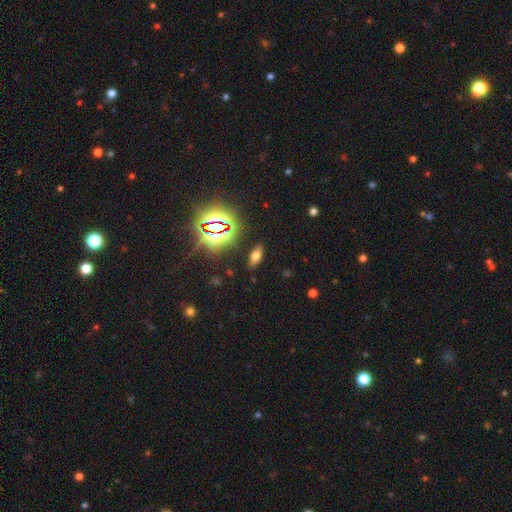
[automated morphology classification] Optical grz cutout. It shows a smooth galaxy with no disk features (51%) that is in between round and cigar-shaped (74%). Merging: none (87%).